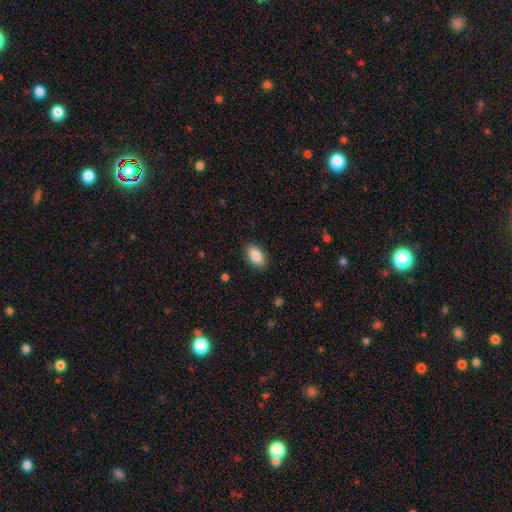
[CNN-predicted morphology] A smooth galaxy with no disk features (86%) that is in between round and cigar-shaped (92%). Merging: none (88%).